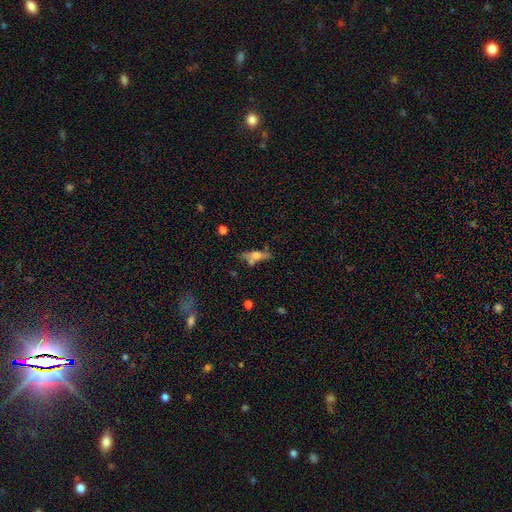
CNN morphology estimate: Smooth or featured? Predicted: smooth (p=0.50). How rounded? Predicted: cigar-shaped (p=0.55). Merging? Predicted: none (p=0.55).